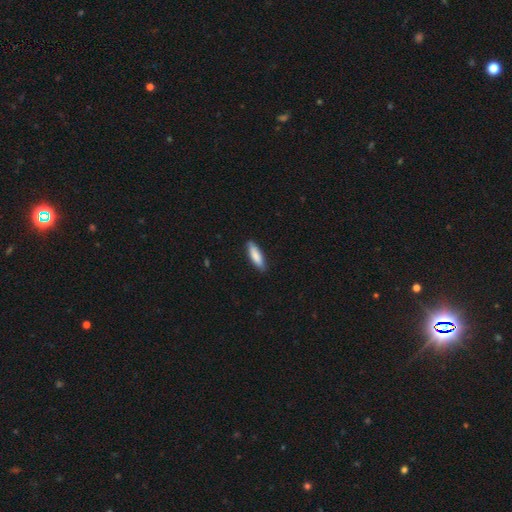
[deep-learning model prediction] smooth_or_featured: smooth (p=0.83) [alt: featured or disk p=0.12]
how_rounded: cigar-shaped (p=0.61) [alt: in between p=0.37]
merging: none (p=0.85) [alt: minor disturbance p=0.12]